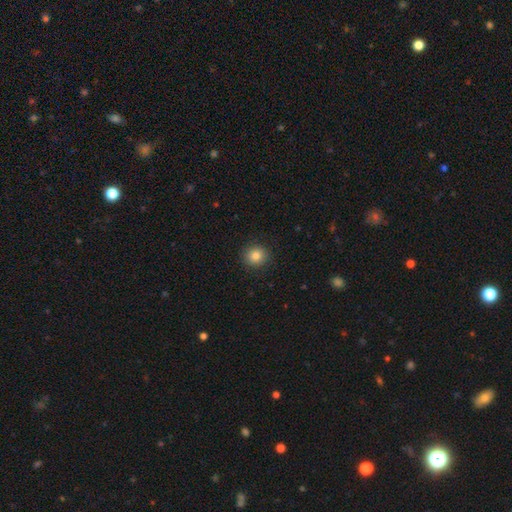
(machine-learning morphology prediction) Smooth or featured?
  - smooth: 84% *
  - star or artifact: 10%
  - featured or disk: 6%
How rounded?
  - round: 89% *
  - in between: 10%
  - cigar-shaped: 1%
Merging?
  - none: 90% *
  - minor disturbance: 7%
  - major disturbance: 2%
  - merger: 1%